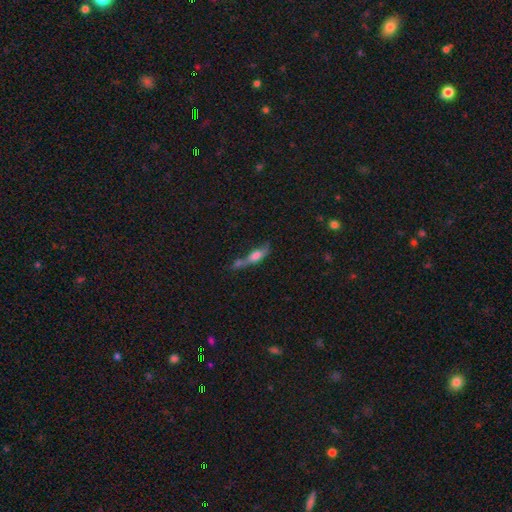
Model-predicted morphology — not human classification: Smooth or featured?
  - smooth: 49% *
  - featured or disk: 40%
  - star or artifact: 11%
Merging?
  - merger: 41% *
  - none: 27%
  - minor disturbance: 16%
  - major disturbance: 15%